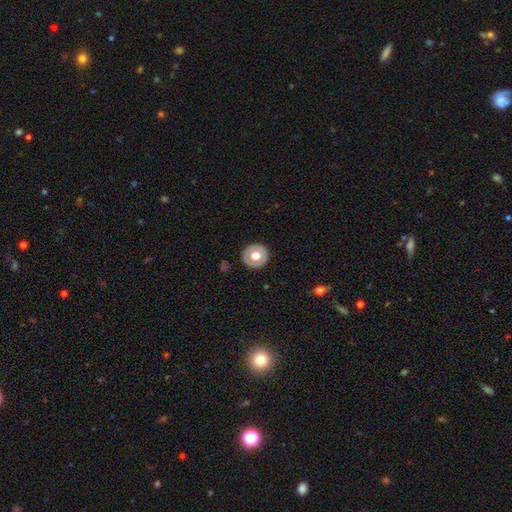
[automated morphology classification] This is possibly a smooth galaxy (57%). How rounded: clearly round (89%). Merging: clearly none (89%).